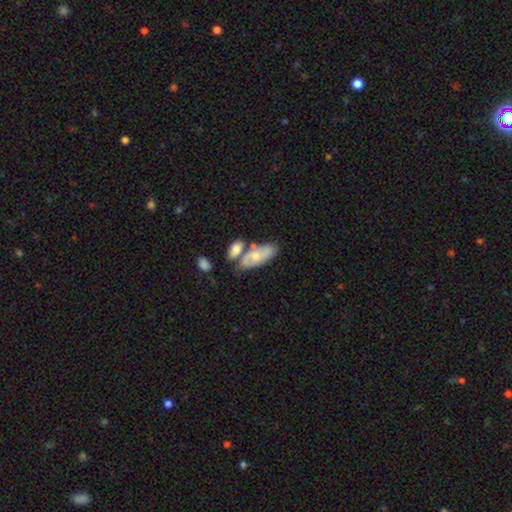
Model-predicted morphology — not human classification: Smooth or featured? Predicted: smooth (p=0.52). How rounded? Predicted: in between (p=0.87). Merging? Predicted: none (p=0.45).